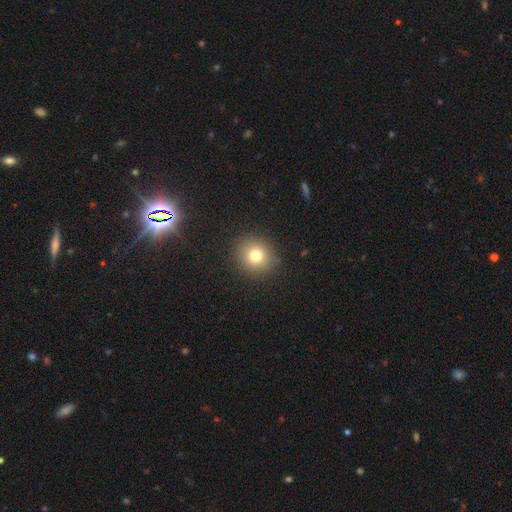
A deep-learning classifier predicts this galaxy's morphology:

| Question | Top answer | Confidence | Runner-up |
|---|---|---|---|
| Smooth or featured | smooth | 77% | star or artifact (13%) |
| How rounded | round | 85% | in between (14%) |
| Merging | none | 89% | minor disturbance (7%) |